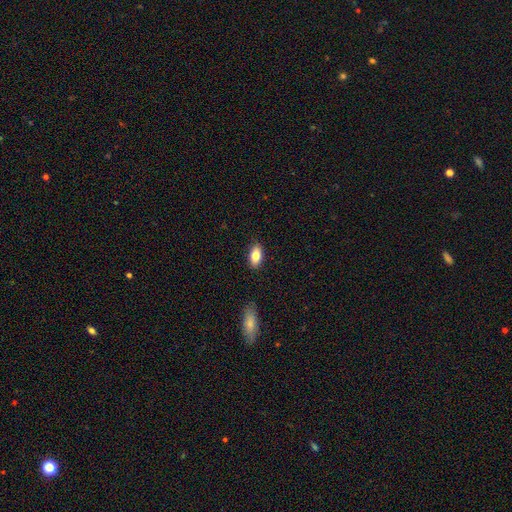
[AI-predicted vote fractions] Morphology: type=smooth (81%); roundness=in between (89%); merging=none (88%).